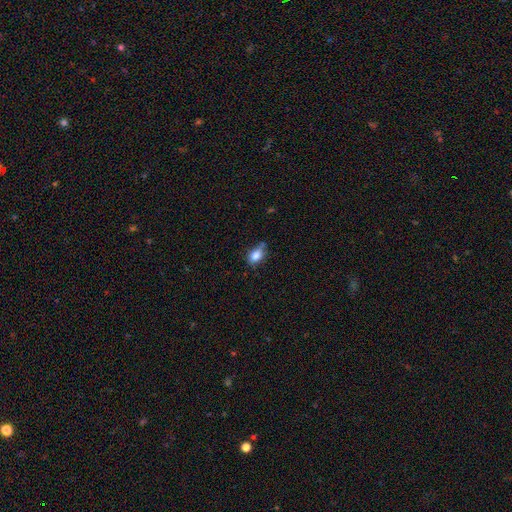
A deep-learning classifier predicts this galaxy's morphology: The model was most divided on "merging": none: 53%, minor disturbance: 32%, merger: 8%, major disturbance: 7%. More confident: smooth or featured — smooth (81%); how rounded — in between (78%).